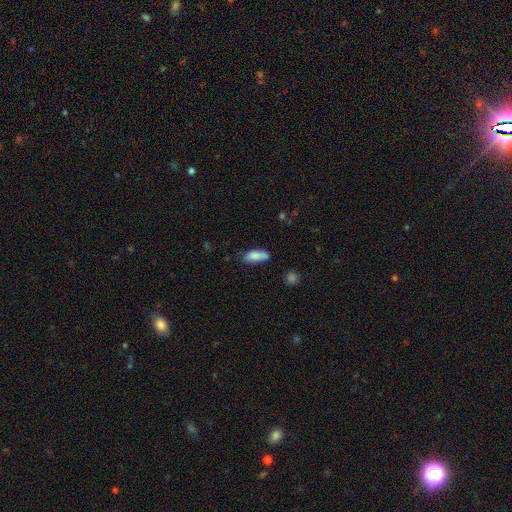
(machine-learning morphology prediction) Smooth or featured? smooth (84%)
How rounded? in between (70%)
Merging? none (62%)